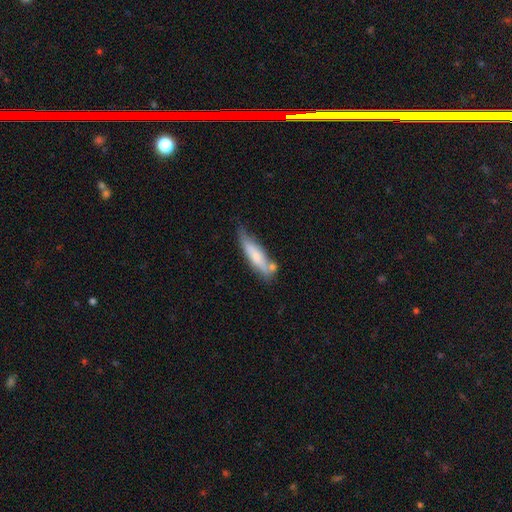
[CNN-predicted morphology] This is likely a smooth galaxy (64%). How rounded: likely cigar-shaped (73%). Merging: possibly none (53%).